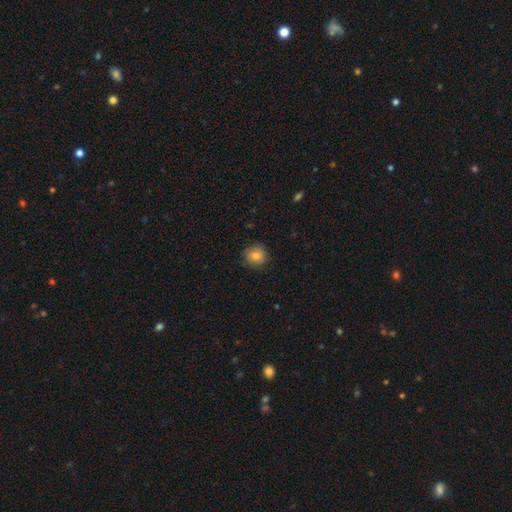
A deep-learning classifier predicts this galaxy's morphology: Overall: smooth (81%). How rounded: round (91%). Merging: none (86%).